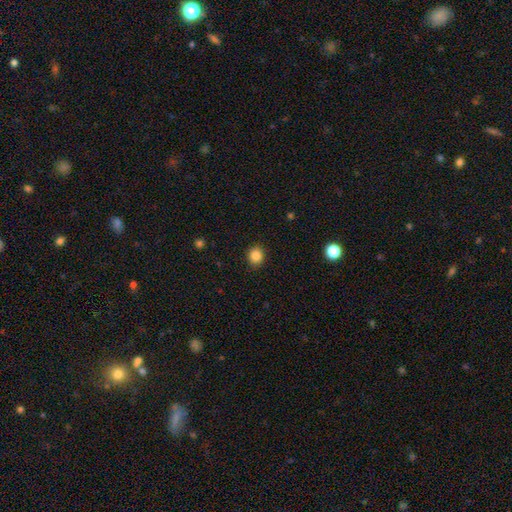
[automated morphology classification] smooth-or-featured: smooth: 86% | star or artifact: 11% | featured or disk: 4%
  how-rounded: round: 79% | in between: 20% | cigar-shaped: 1%
  merging: none: 90% | minor disturbance: 7% | major disturbance: 2% | merger: 1%